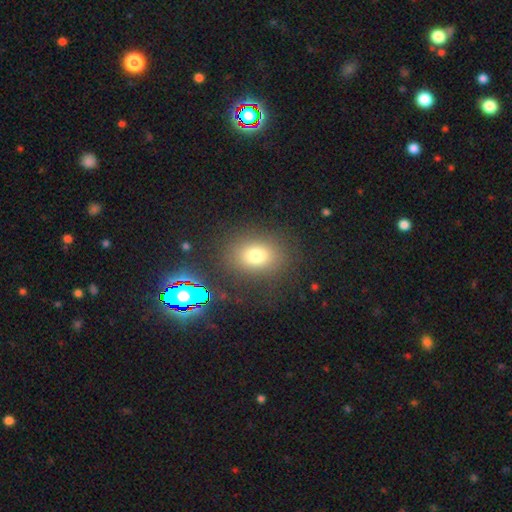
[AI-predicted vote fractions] smooth_or_featured: smooth (p=0.74) [alt: star or artifact p=0.16]
how_rounded: in between (p=0.61) [alt: round p=0.38]
merging: none (p=0.82) [alt: minor disturbance p=0.10]